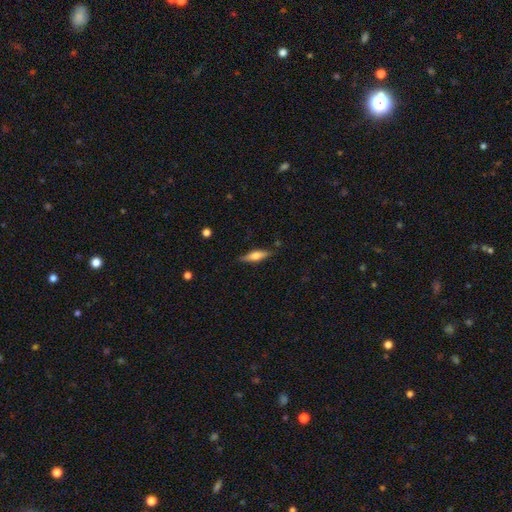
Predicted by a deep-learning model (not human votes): A smooth galaxy with no disk features (52%) that is cigar-shaped (60%).

Vote fractions:
- Smooth or featured? smooth: 52% / featured or disk: 42% / star or artifact: 6%
- How rounded? cigar-shaped: 60% / in between: 37% / round: 2%
- Merging? none: 84% / minor disturbance: 12% / major disturbance: 3% / merger: 2%